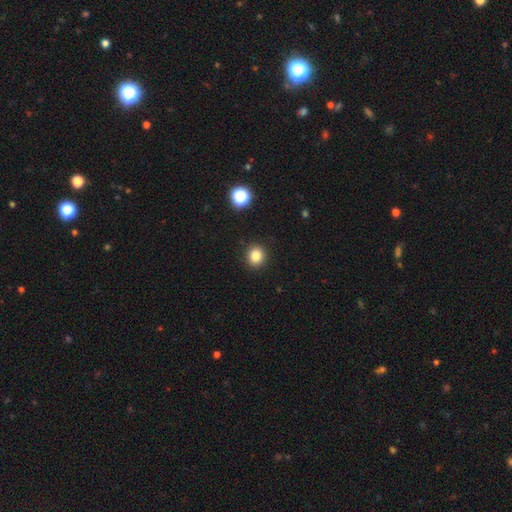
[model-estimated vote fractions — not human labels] Smooth or featured?
  - smooth: 84% *
  - star or artifact: 12%
  - featured or disk: 4%
How rounded?
  - round: 81% *
  - in between: 18%
  - cigar-shaped: 1%
Merging?
  - none: 91% *
  - minor disturbance: 6%
  - major disturbance: 2%
  - merger: 1%